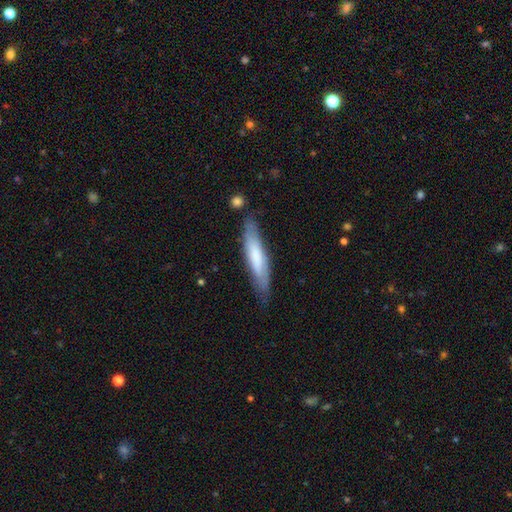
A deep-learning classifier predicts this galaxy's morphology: smooth-or-featured: smooth: 58% | featured or disk: 36% | star or artifact: 6%
  how-rounded: cigar-shaped: 84% | in between: 15% | round: 1%
  merging: none: 75% | minor disturbance: 18% | major disturbance: 4% | merger: 3%